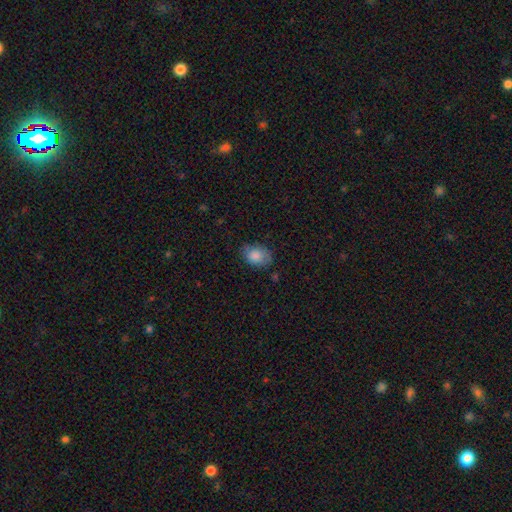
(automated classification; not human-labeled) A smooth galaxy with no disk features (84%) that is in between round and cigar-shaped (73%).

Vote fractions:
- Smooth or featured? smooth: 84% / featured or disk: 8% / star or artifact: 8%
- How rounded? in between: 73% / round: 26% / cigar-shaped: 1%
- Merging? none: 69% / minor disturbance: 23% / major disturbance: 6% / merger: 2%